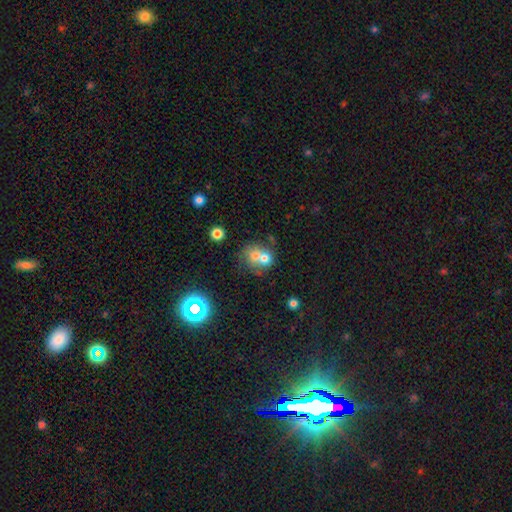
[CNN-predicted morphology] Q: Smooth or featured?
A: smooth (64%); runner-up: featured or disk (22%)
Q: How rounded?
A: round (71%); runner-up: in between (28%)
Q: Merging?
A: merger (59%); runner-up: none (29%)